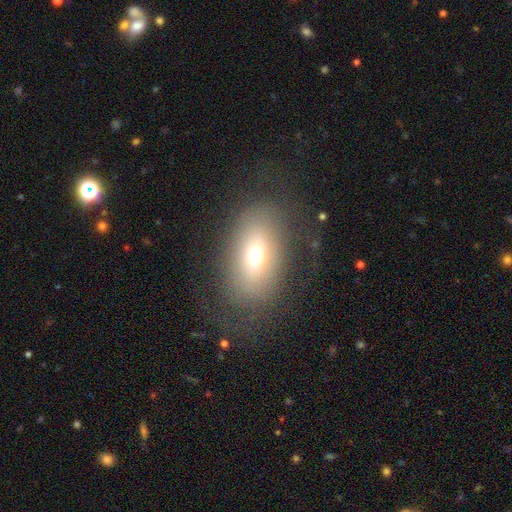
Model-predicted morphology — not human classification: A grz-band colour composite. It shows a smooth galaxy with no disk features (62%) that is in between round and cigar-shaped (85%). Merging: none (66%).